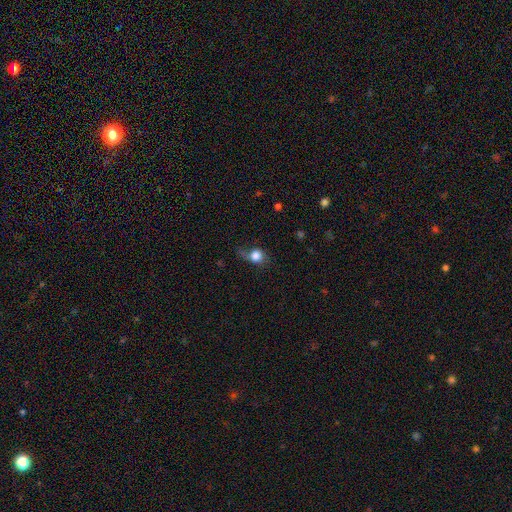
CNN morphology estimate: Smooth or featured: smooth — 77% (featured or disk — 13%)
How rounded: round — 74% (in between — 24%)
Merging: none — 38% (minor disturbance — 29%)